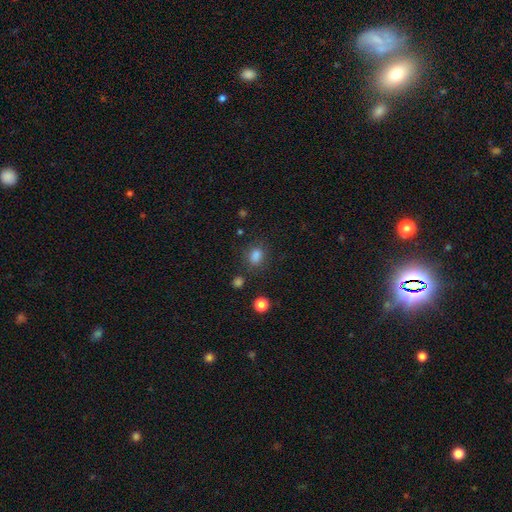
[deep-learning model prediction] A smooth galaxy with no disk features (81%) that is in between round and cigar-shaped (59%).

Vote fractions:
- Smooth or featured? smooth: 81% / star or artifact: 14% / featured or disk: 5%
- How rounded? in between: 59% / round: 40% / cigar-shaped: 2%
- Merging? none: 75% / minor disturbance: 14% / merger: 5% / major disturbance: 5%